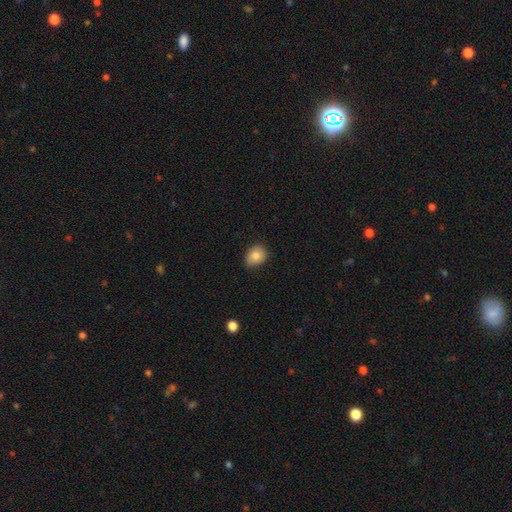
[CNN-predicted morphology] This is clearly a smooth galaxy (83%). How rounded: possibly in between (51%). Merging: likely none (75%).